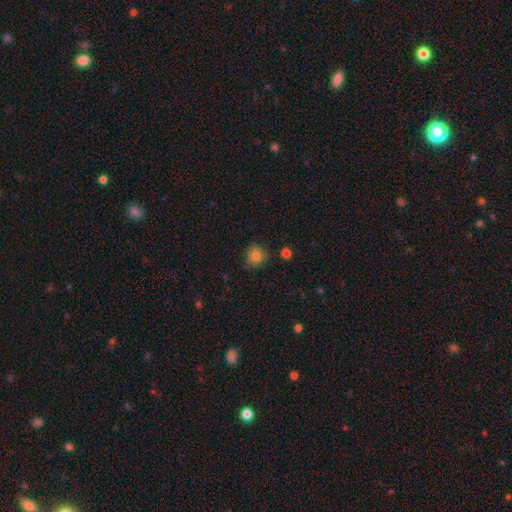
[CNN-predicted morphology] The model was most divided on "smooth or featured": smooth: 83%, star or artifact: 11%, featured or disk: 6%. More confident: how rounded — round (91%); merging — none (89%).